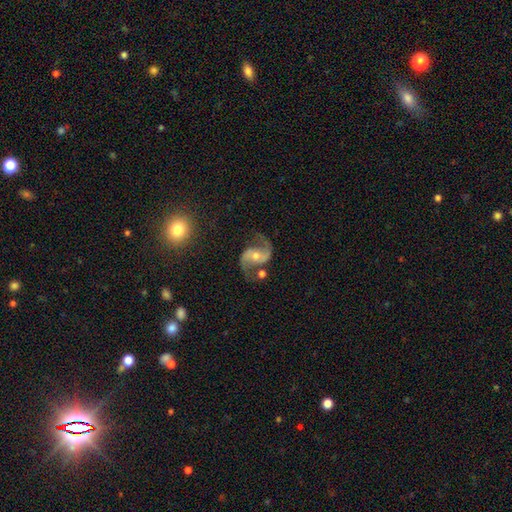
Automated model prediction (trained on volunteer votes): Morphology: type=featured or disk (90%); edge-on=no (98%); bar=no (50%); spiral arms=yes (98%); winding=loose (53%); arm count=2 (94%); bulge=moderate (55%); merging=none (73%).